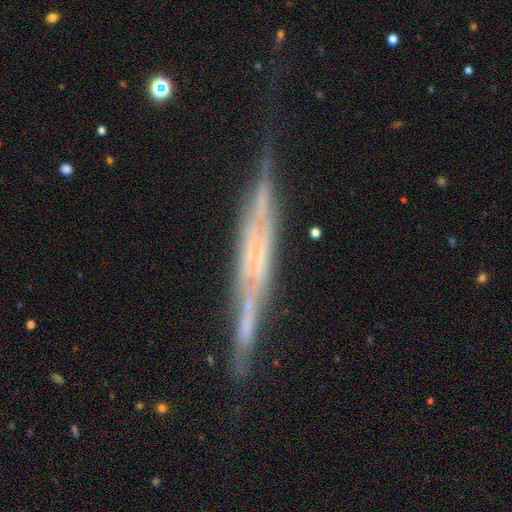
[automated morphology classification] The model was most divided on "edge-on bulge": none: 49%, boxy: 31%, rounded: 20%. More confident: edge-on disk — yes (94%); smooth or featured — featured or disk (77%); merging — none (67%).